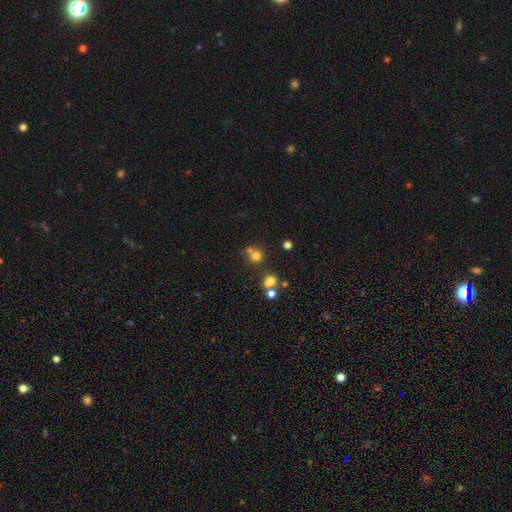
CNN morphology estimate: smooth-or-featured: smooth: 68% | star or artifact: 20% | featured or disk: 12%
  how-rounded: round: 86% | in between: 13% | cigar-shaped: 1%
  merging: none: 54% | merger: 33% | minor disturbance: 9% | major disturbance: 5%